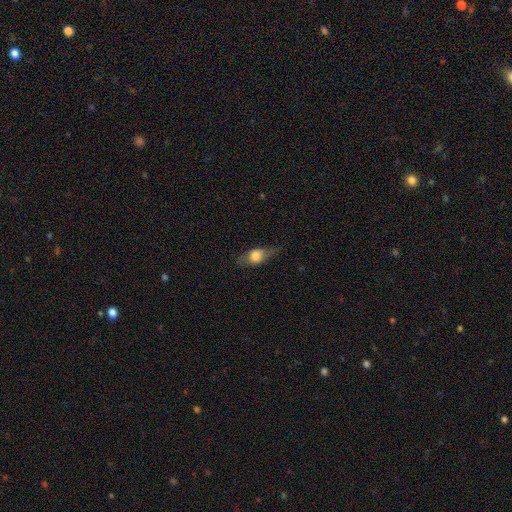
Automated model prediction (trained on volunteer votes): Smooth or featured? smooth (63%)
How rounded? in between (66%)
Merging? none (69%)